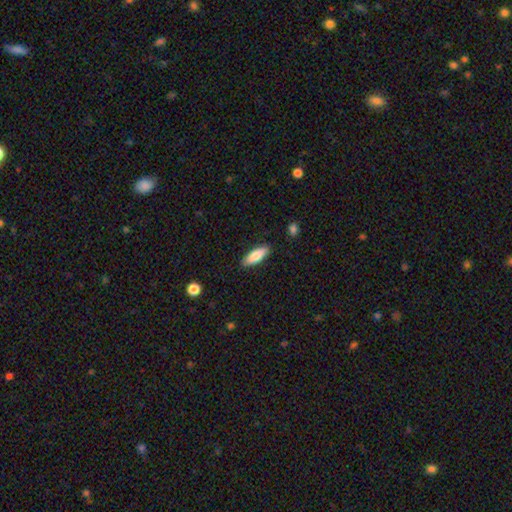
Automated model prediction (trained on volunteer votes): Smooth or featured? smooth (81%)
How rounded? in between (58%)
Merging? none (87%)